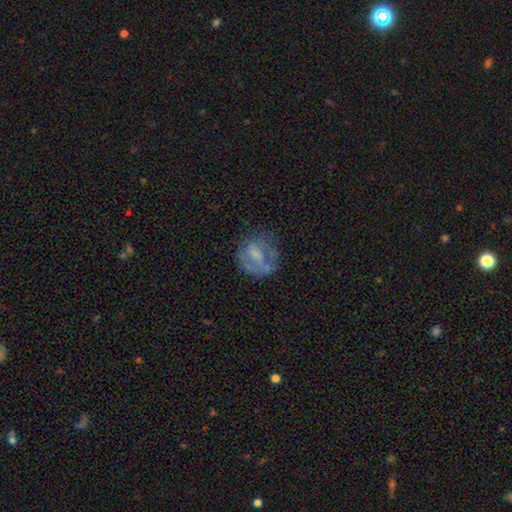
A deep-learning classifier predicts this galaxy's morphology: This is possibly a smooth galaxy (46%). Merging: possibly none (52%).